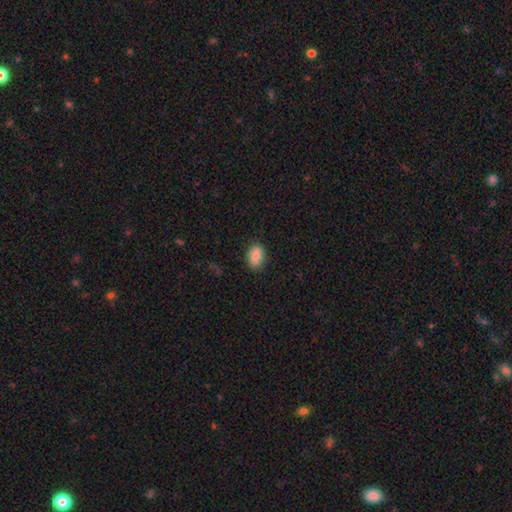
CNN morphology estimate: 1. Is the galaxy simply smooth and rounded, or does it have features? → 87% smooth, 8% star or artifact, 5% featured or disk.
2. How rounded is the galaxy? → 87% in between, 12% round, 2% cigar-shaped.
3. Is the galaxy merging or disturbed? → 86% none, 10% minor disturbance, 3% major disturbance, 1% merger.